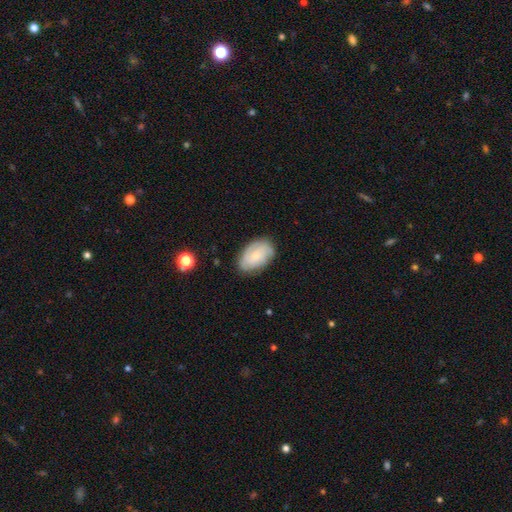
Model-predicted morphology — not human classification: A featured or disk galaxy (55%) with no bar (67%), spiral arms (88%) and a small central bulge (62%).

Vote fractions:
- Smooth or featured? featured or disk: 55% / smooth: 38% / star or artifact: 7%
- Edge-on disk? no: 96% / yes: 4%
- Bar? no: 67% / weak: 29% / strong: 4%
- Spiral arms? yes: 88% / no: 12%
- Bulge size? small: 62% / moderate: 27% / none: 7% / large: 2% / dominant: 1%
- Merging? none: 77% / minor disturbance: 17% / major disturbance: 4% / merger: 1%